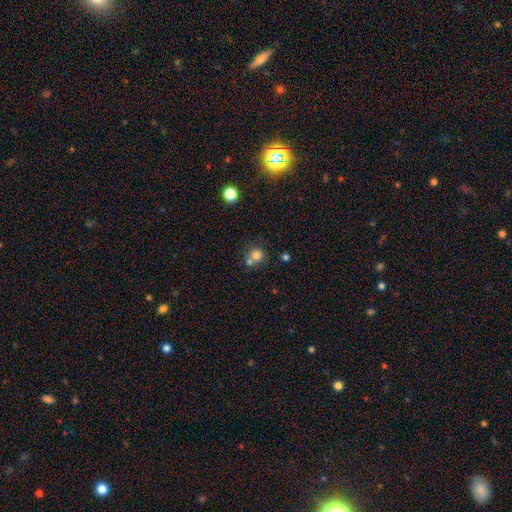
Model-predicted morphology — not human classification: smooth_or_featured: smooth (p=0.77) [alt: star or artifact p=0.13]
how_rounded: round (p=0.88) [alt: in between p=0.11]
merging: none (p=0.51) [alt: merger p=0.37]